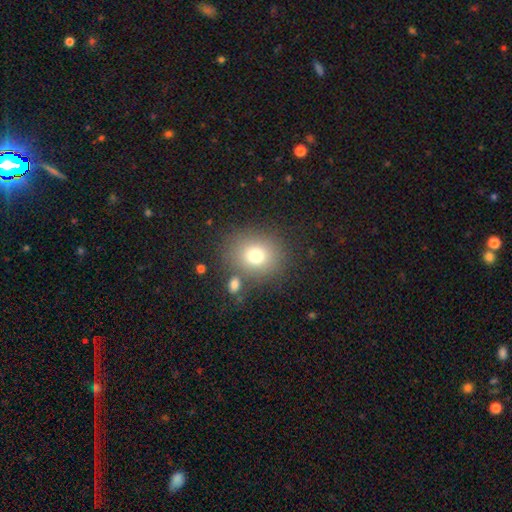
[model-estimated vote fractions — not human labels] This is likely a smooth galaxy (76%). How rounded: likely round (72%). Merging: likely none (75%).